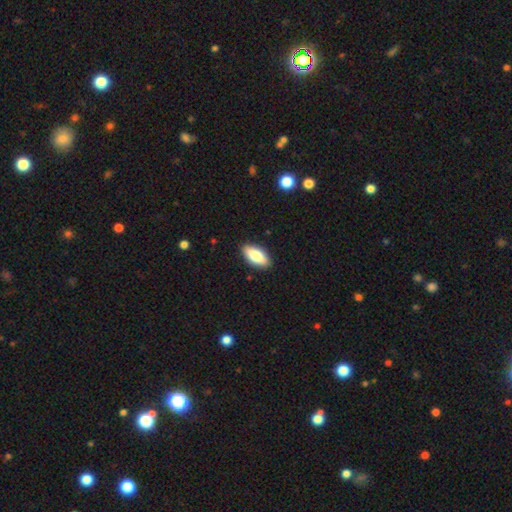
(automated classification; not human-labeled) A smooth galaxy with no disk features (77%) that is in between round and cigar-shaped (86%). Merging: none (89%).